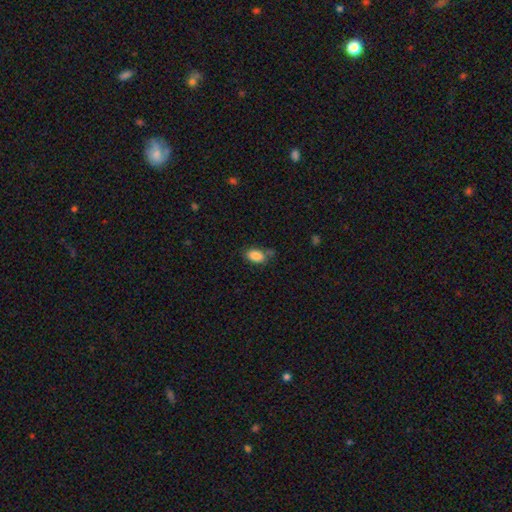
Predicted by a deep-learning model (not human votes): Smooth or featured: smooth — 87% (star or artifact — 8%)
How rounded: in between — 90% (round — 7%)
Merging: none — 64% (minor disturbance — 22%)